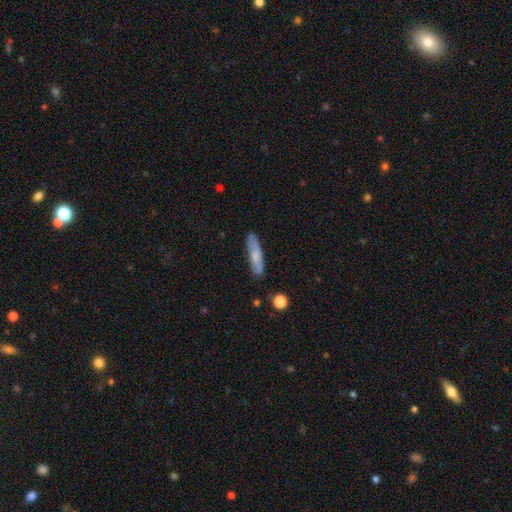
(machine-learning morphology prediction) Smooth or featured: smooth — 65% (featured or disk — 28%)
How rounded: cigar-shaped — 79% (in between — 19%)
Merging: none — 80% (minor disturbance — 15%)